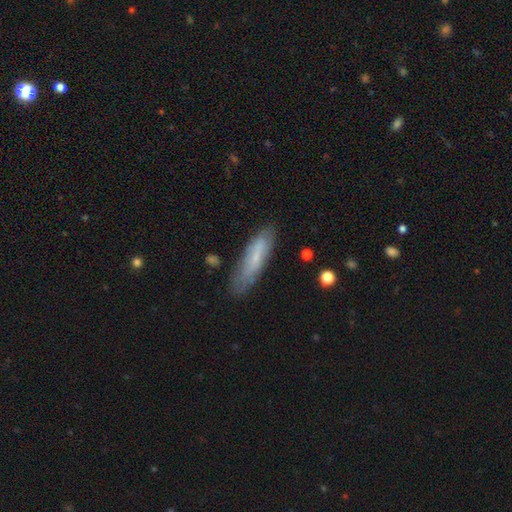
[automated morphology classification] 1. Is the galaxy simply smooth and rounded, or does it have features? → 57% smooth, 36% featured or disk, 7% star or artifact.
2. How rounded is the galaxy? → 69% cigar-shaped, 30% in between, 2% round.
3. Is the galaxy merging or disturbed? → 74% none, 19% minor disturbance, 5% major disturbance, 2% merger.